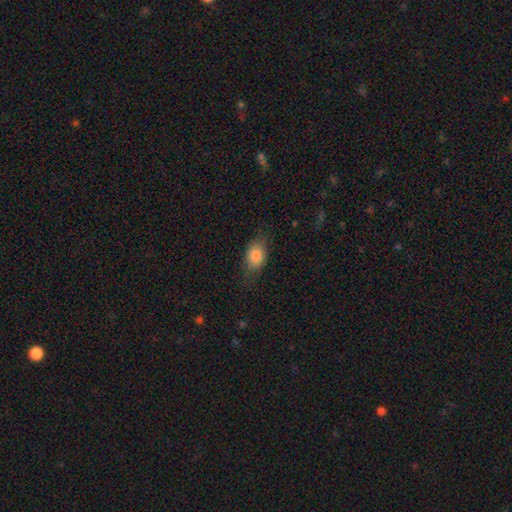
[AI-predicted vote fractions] This is clearly a smooth galaxy (81%). How rounded: likely in between (70%). Merging: likely none (68%).